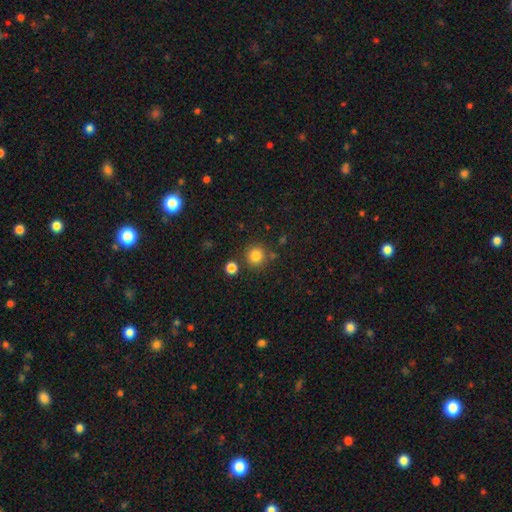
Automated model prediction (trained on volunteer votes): This is clearly a smooth galaxy (83%). How rounded: clearly round (93%). Merging: clearly none (81%).